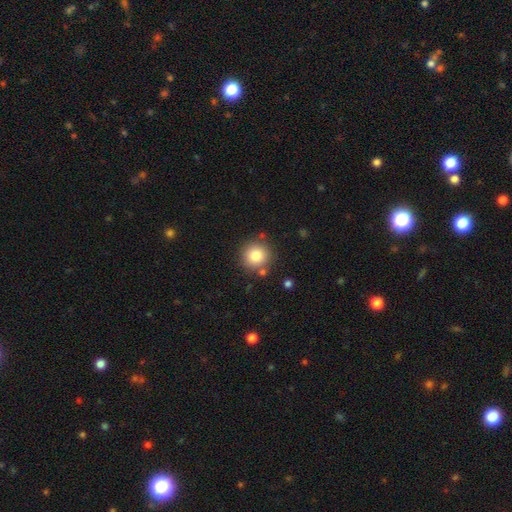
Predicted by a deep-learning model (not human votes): Smooth or featured? smooth (81%)
How rounded? round (94%)
Merging? none (83%)